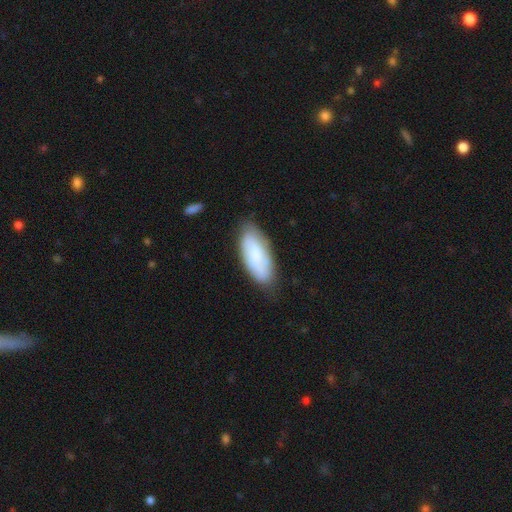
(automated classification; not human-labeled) smooth-or-featured: smooth: 66% | featured or disk: 28% | star or artifact: 6%
  how-rounded: in between: 84% | cigar-shaped: 15% | round: 2%
  merging: none: 73% | minor disturbance: 21% | major disturbance: 4% | merger: 2%